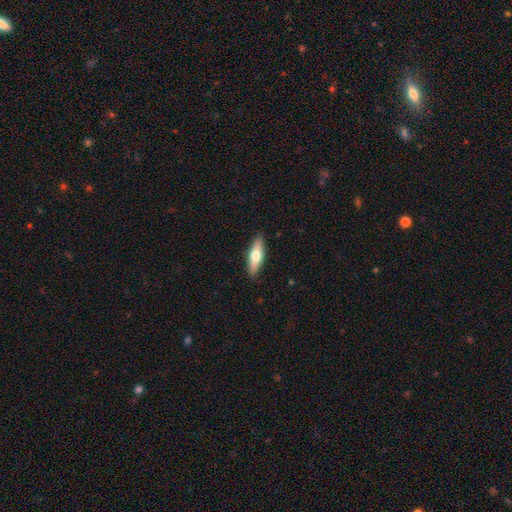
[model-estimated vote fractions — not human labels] A smooth galaxy with no disk features (60%) that is cigar-shaped (51%). Merging: none (90%).